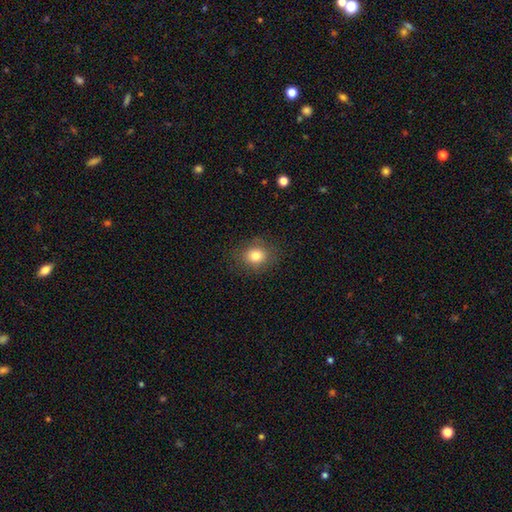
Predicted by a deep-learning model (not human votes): smooth 80%, star or artifact 11%, featured or disk 8%. Down the decision tree: how rounded — round (72%); merging — none (84%).